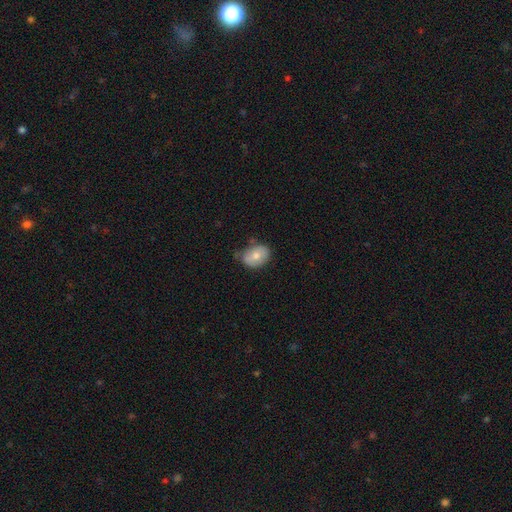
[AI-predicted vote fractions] smooth-or-featured: smooth: 72% | featured or disk: 21% | star or artifact: 7%
  how-rounded: in between: 71% | round: 28% | cigar-shaped: 1%
  merging: none: 58% | minor disturbance: 32% | major disturbance: 6% | merger: 4%